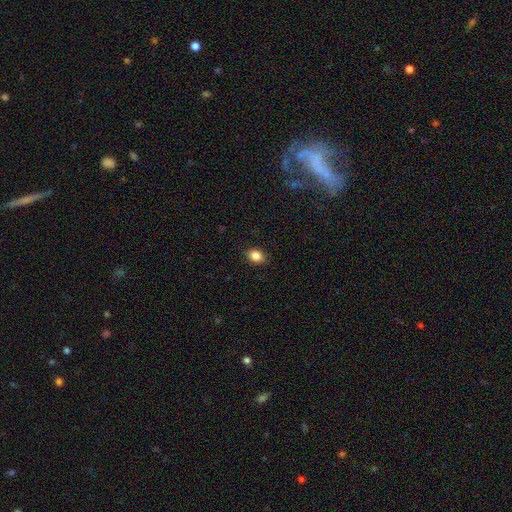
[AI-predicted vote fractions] This appears to be a smooth galaxy with no disk features (86%) that is in between round and cigar-shaped (69%). Merging: none (89%).